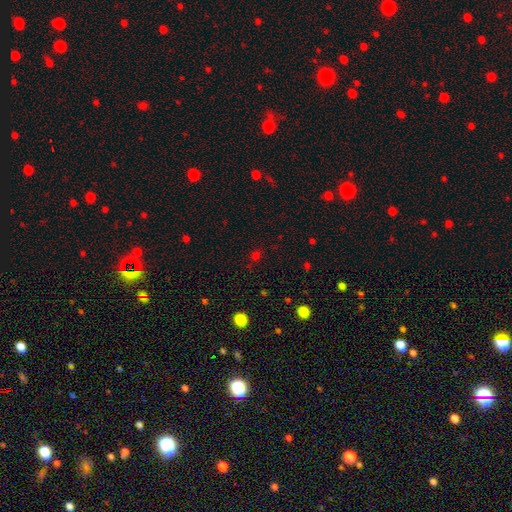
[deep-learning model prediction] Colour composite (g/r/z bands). It shows a smooth galaxy with no disk features (54%) that is round (79%). Merging: none (81%).